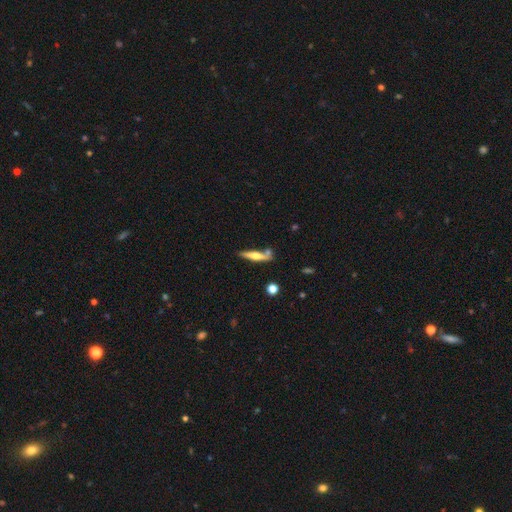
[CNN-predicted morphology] Smooth or featured? Predicted: featured or disk (p=0.48). Merging? Predicted: none (p=0.68).